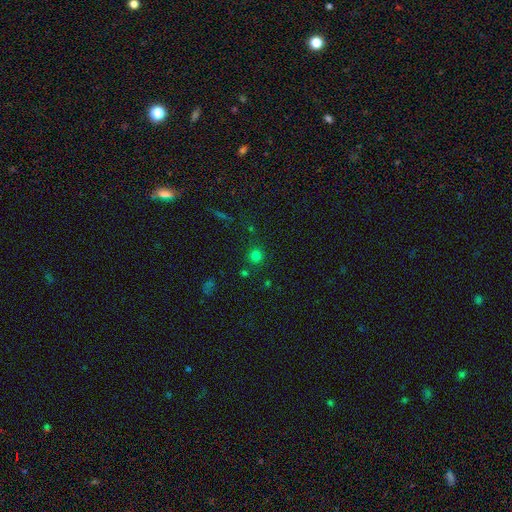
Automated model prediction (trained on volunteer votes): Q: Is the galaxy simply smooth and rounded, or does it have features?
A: smooth — 74%.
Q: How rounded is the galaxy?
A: round — 93%.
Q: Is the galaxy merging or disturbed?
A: none — 85%.